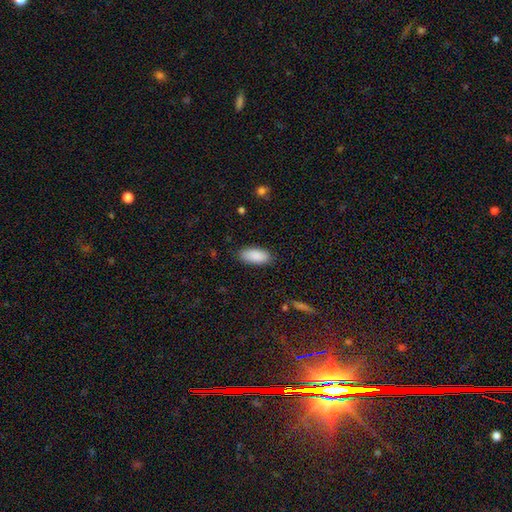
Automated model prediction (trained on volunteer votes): Overall: smooth (90%). How rounded: in between (88%). Merging: none (87%).